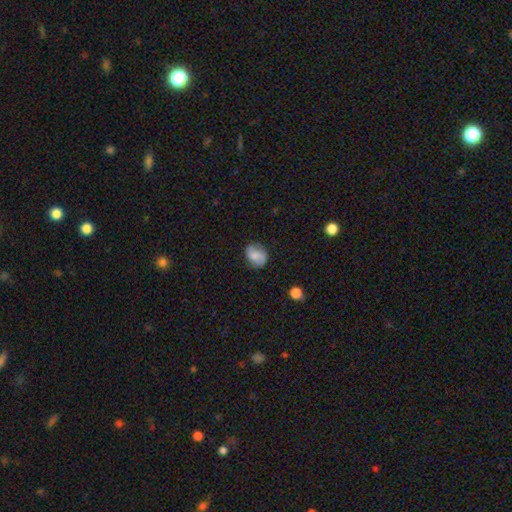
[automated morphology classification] The model was most divided on "how rounded": in between: 51%, round: 48%, cigar-shaped: 1%. More confident: merging — none (71%); smooth or featured — smooth (64%).